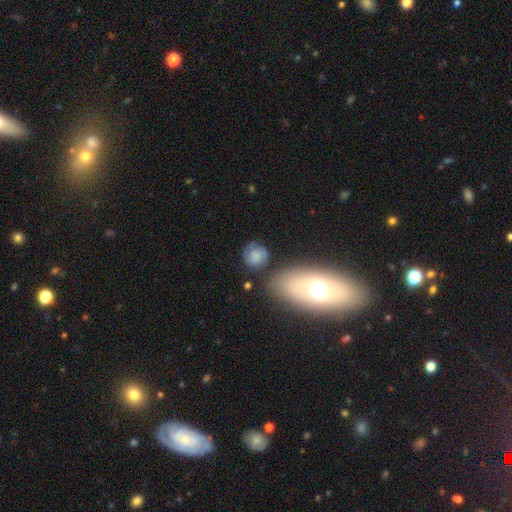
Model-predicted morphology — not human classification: Smooth or featured: smooth — 62% (featured or disk — 28%)
How rounded: round — 80% (in between — 19%)
Merging: none — 65% (minor disturbance — 19%)